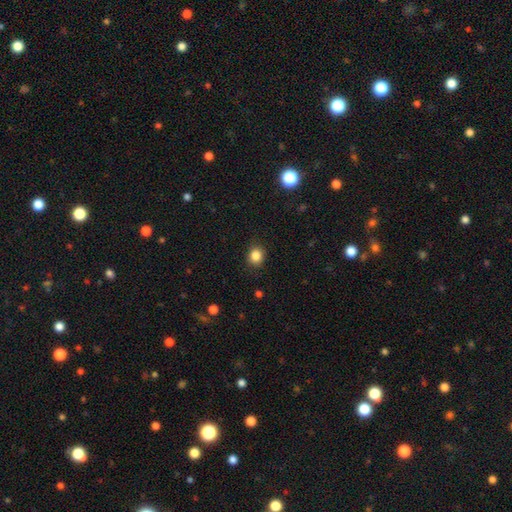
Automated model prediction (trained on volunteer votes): Q: Smooth or featured?
A: smooth (85%); runner-up: star or artifact (11%)
Q: How rounded?
A: round (74%); runner-up: in between (25%)
Q: Merging?
A: none (86%); runner-up: minor disturbance (10%)